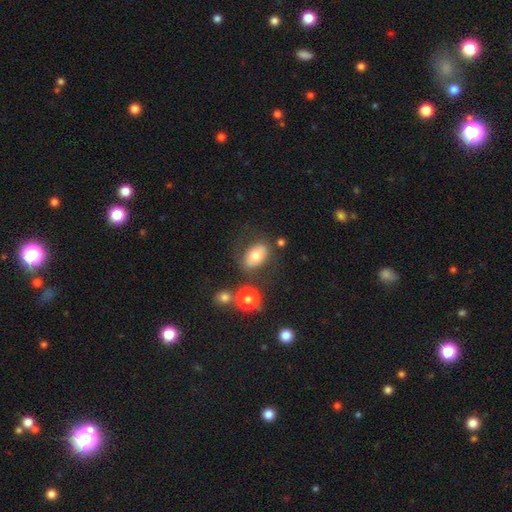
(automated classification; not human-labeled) Q: Smooth or featured?
A: smooth (65%); runner-up: featured or disk (26%)
Q: How rounded?
A: in between (82%); runner-up: round (16%)
Q: Merging?
A: none (64%); runner-up: minor disturbance (17%)